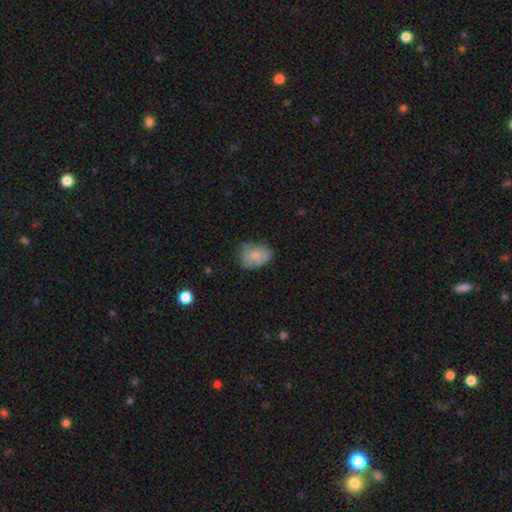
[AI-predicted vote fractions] Morphology: type=smooth (79%); roundness=in between (73%); merging=none (50%).